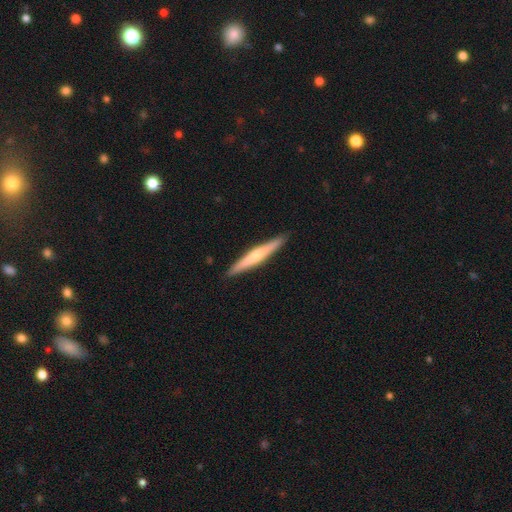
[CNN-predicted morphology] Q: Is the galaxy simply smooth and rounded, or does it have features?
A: smooth — 48%.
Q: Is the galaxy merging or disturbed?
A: none — 92%.